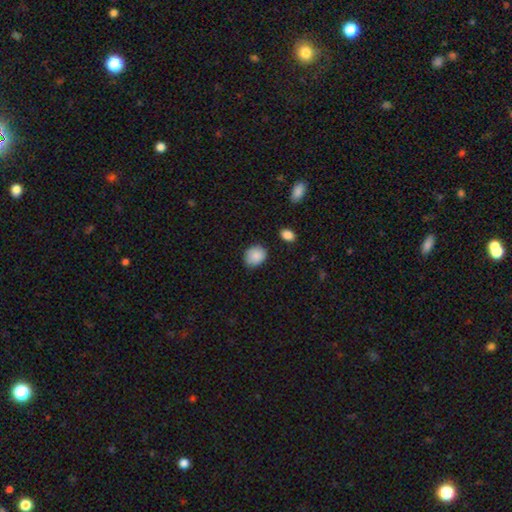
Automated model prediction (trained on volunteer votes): Smooth or featured? smooth (88%)
How rounded? round (54%)
Merging? none (78%)